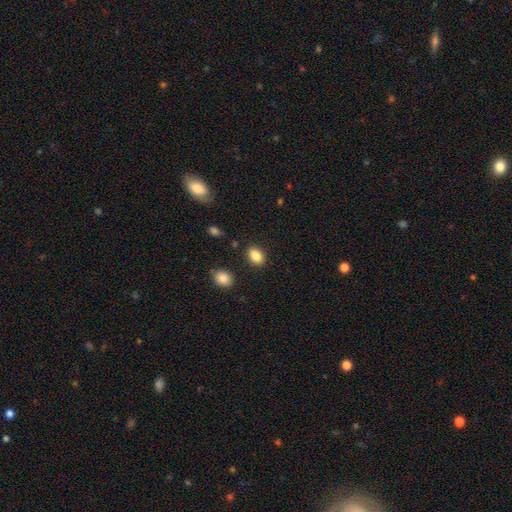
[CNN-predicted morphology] A smooth galaxy with no disk features (86%) that is in between round and cigar-shaped (75%).

Vote fractions:
- Smooth or featured? smooth: 86% / star or artifact: 9% / featured or disk: 5%
- How rounded? in between: 75% / round: 24% / cigar-shaped: 1%
- Merging? none: 87% / minor disturbance: 8% / major disturbance: 2% / merger: 2%